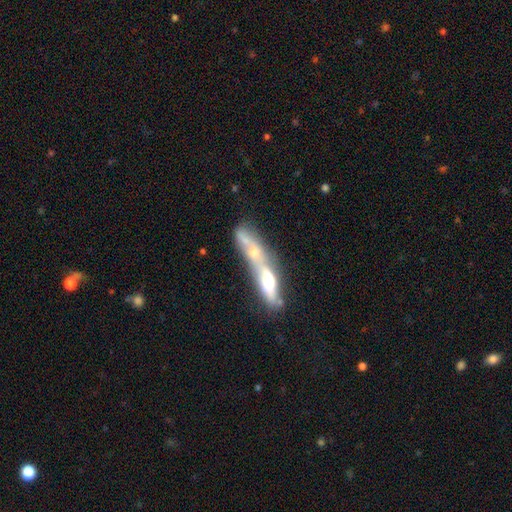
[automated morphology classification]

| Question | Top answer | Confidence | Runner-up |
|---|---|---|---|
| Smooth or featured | featured or disk | 57% | smooth (34%) |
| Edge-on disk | yes | 64% | no (36%) |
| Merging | merger | 62% | none (20%) |